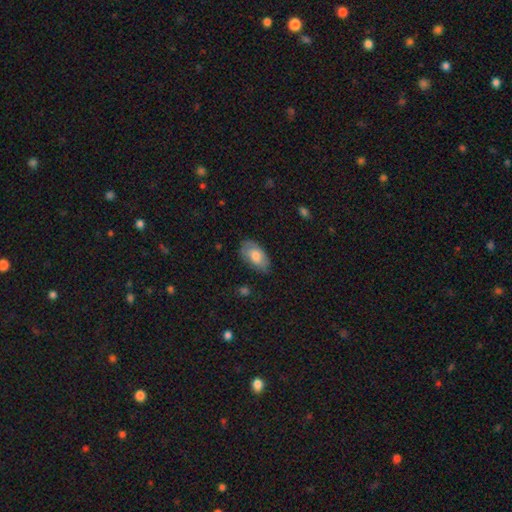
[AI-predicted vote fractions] Morphology: type=smooth (68%); roundness=in between (93%); merging=none (71%).